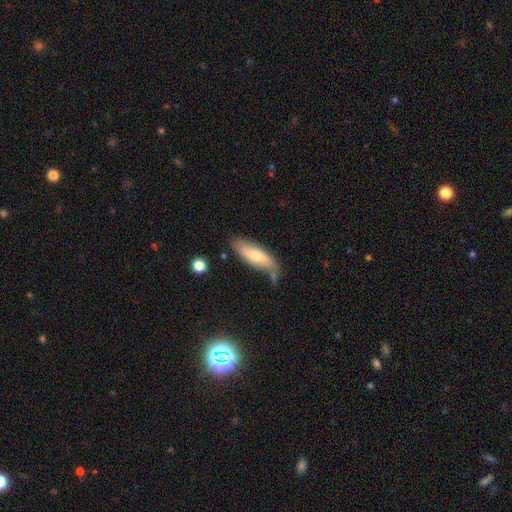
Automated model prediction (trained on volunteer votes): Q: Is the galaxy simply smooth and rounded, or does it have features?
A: smooth — 64%.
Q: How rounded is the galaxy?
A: in between — 63%.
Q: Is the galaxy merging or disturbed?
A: none — 58%.